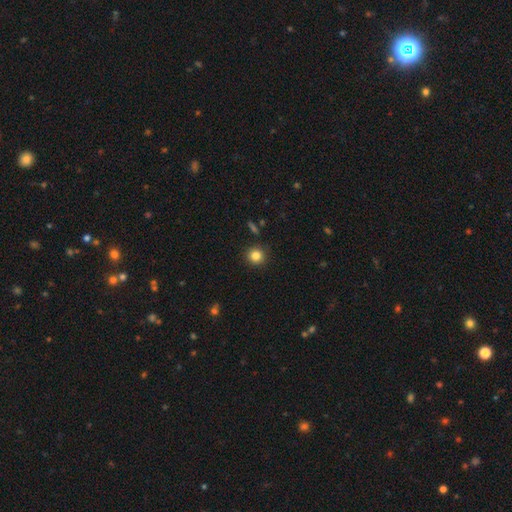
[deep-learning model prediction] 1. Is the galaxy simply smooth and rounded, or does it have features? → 84% smooth, 11% star or artifact, 5% featured or disk.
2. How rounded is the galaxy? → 92% round, 7% in between, 1% cigar-shaped.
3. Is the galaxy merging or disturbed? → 90% none, 6% minor disturbance, 2% major disturbance, 2% merger.